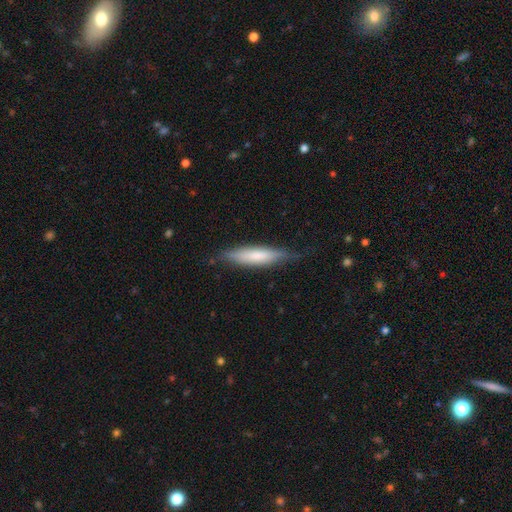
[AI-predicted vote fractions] This is likely a smooth galaxy (62%). How rounded: likely cigar-shaped (78%). Merging: likely none (75%).